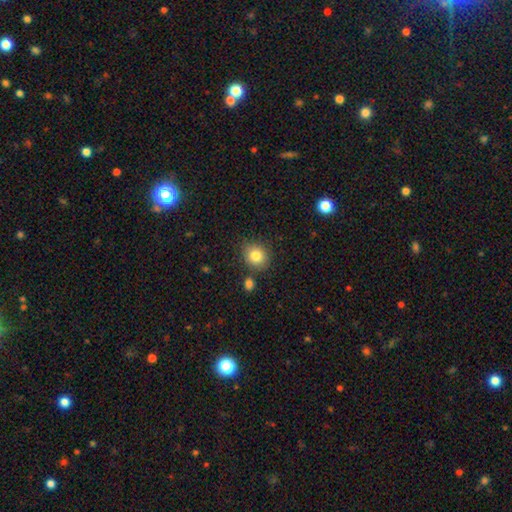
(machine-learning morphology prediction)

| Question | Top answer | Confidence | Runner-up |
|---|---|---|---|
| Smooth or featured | smooth | 82% | star or artifact (10%) |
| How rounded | round | 75% | in between (24%) |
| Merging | none | 81% | minor disturbance (10%) |